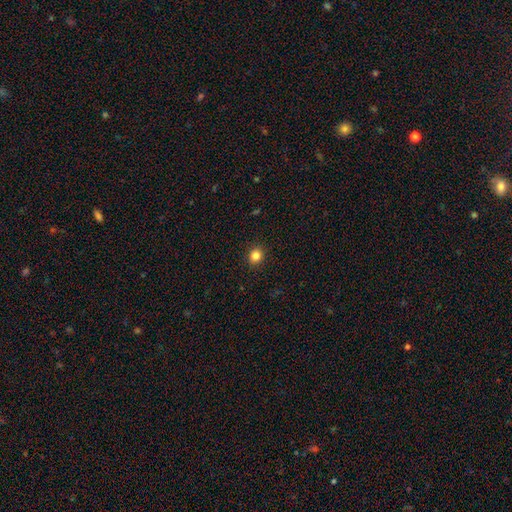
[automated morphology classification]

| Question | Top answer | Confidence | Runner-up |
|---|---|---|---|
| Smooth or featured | smooth | 84% | star or artifact (12%) |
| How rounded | round | 83% | in between (16%) |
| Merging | none | 92% | minor disturbance (6%) |